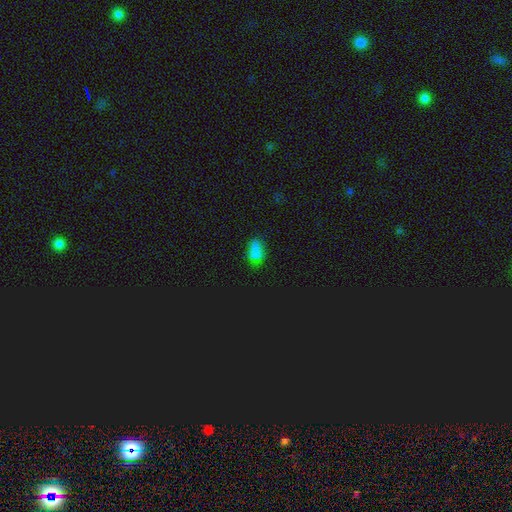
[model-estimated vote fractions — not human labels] This is likely a smooth galaxy (68%). How rounded: clearly in between (87%). Merging: likely none (64%).